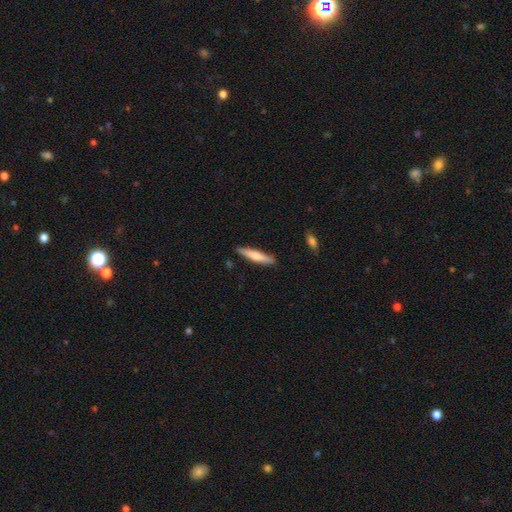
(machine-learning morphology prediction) A smooth galaxy with no disk features (61%) that is cigar-shaped (88%). Merging: none (88%).